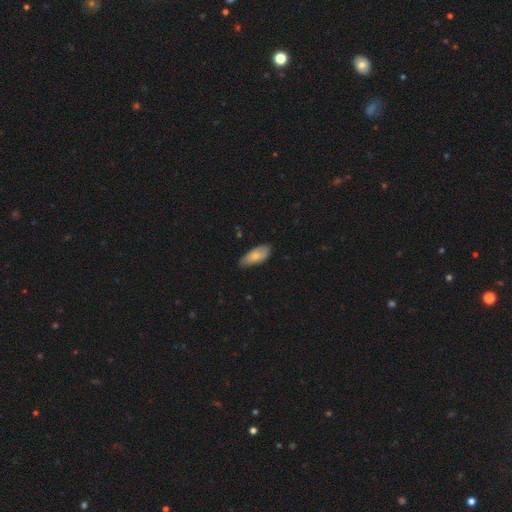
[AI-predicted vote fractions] smooth_or_featured: smooth (p=0.75) [alt: featured or disk p=0.19]
how_rounded: in between (p=0.84) [alt: cigar-shaped p=0.14]
merging: none (p=0.75) [alt: minor disturbance p=0.21]